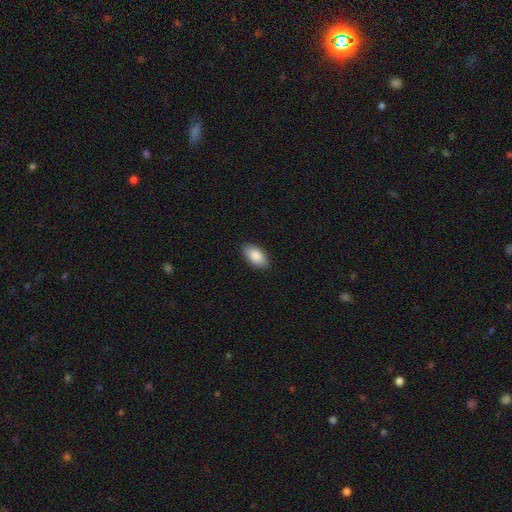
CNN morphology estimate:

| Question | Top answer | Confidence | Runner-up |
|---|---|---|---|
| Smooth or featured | smooth | 87% | featured or disk (6%) |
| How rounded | in between | 94% | cigar-shaped (3%) |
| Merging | none | 88% | minor disturbance (9%) |